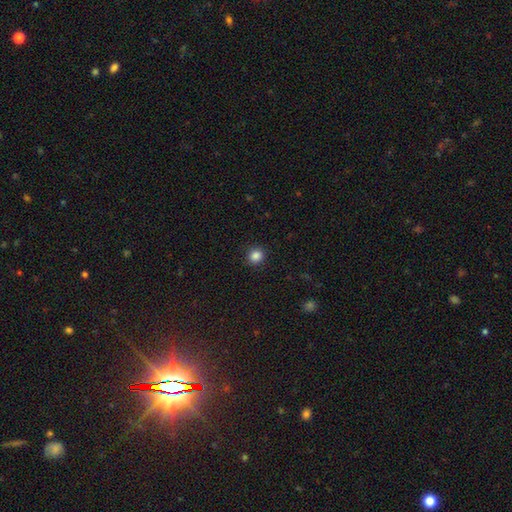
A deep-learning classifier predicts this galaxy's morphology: The model was most divided on "how rounded": round: 85%, in between: 14%, cigar-shaped: 1%. More confident: merging — none (90%); smooth or featured — smooth (86%).